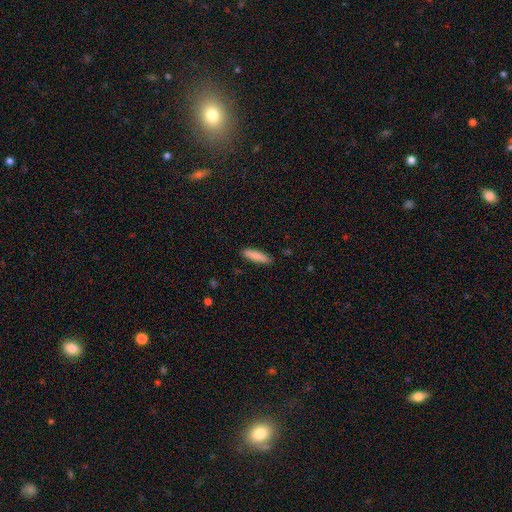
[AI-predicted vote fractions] smooth_or_featured: smooth (p=0.86) [alt: featured or disk p=0.08]
how_rounded: cigar-shaped (p=0.77) [alt: in between p=0.21]
merging: none (p=0.88) [alt: minor disturbance p=0.09]